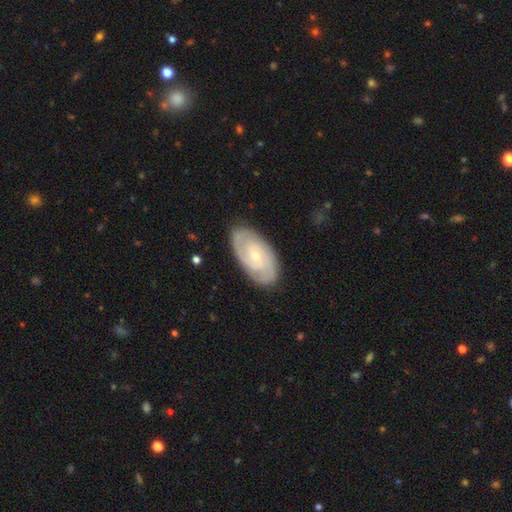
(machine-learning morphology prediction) This is likely a featured or disk galaxy (77%). It is clearly not viewed edge-on (95%). Bar: likely no (69%). Spiral arm pattern: clearly yes (93%). Spiral arm count: possibly 2 (50%). Spiral winding: likely tight (66%). Central bulge: likely small (73%). Merging: clearly none (84%).